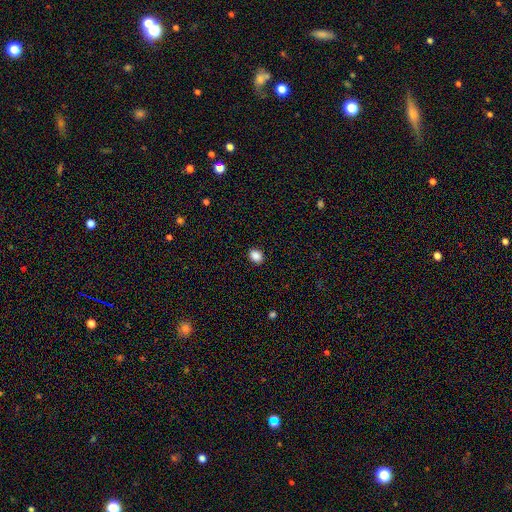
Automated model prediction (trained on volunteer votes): A smooth galaxy with no disk features (88%) that is in between round and cigar-shaped (60%).

Vote fractions:
- Smooth or featured? smooth: 88% / star or artifact: 9% / featured or disk: 3%
- How rounded? in between: 60% / round: 39% / cigar-shaped: 1%
- Merging? none: 90% / minor disturbance: 7% / major disturbance: 2% / merger: 1%